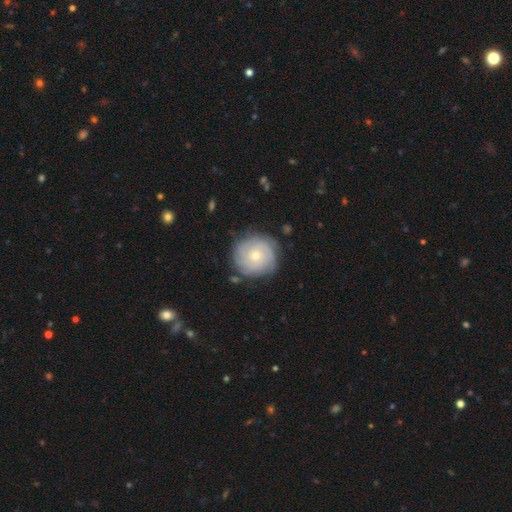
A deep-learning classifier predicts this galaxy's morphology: A featured or disk galaxy (73%) with no bar (80%), tight (78%) spiral arms (93%) and a small central bulge (61%). Merging: none (81%).